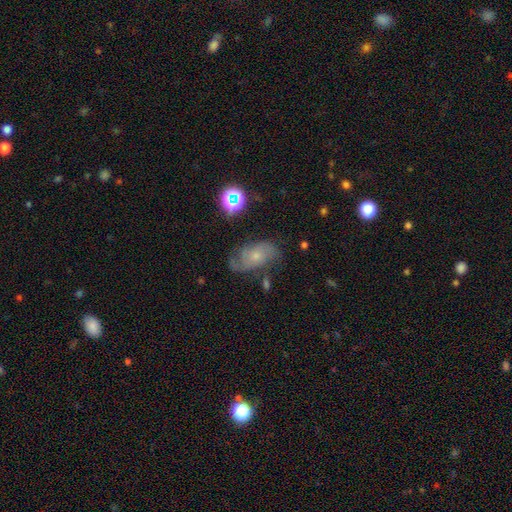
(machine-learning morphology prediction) Overall: featured or disk (66%). Edge-on disk: no (95%). Bar: no (77%). Spiral arms: yes (90%). Spiral arm count: 2 (47%; can't tell 27%). Spiral winding: medium (43%; tight 33%). Bulge size: small (63%; moderate 29%). Merging: none (59%; minor disturbance 24%).